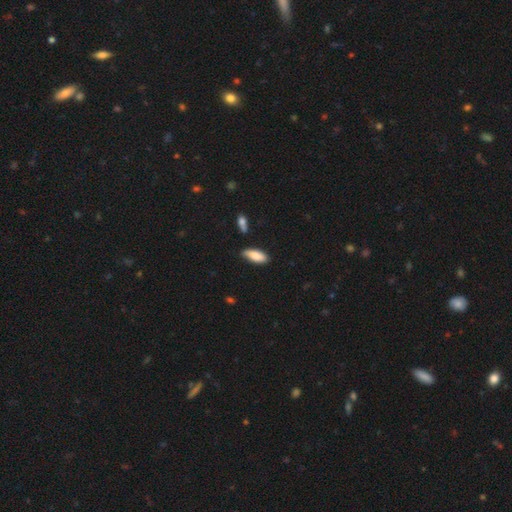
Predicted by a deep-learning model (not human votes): smooth_or_featured: smooth (p=0.84) [alt: featured or disk p=0.10]
how_rounded: in between (p=0.78) [alt: cigar-shaped p=0.20]
merging: none (p=0.68) [alt: minor disturbance p=0.24]